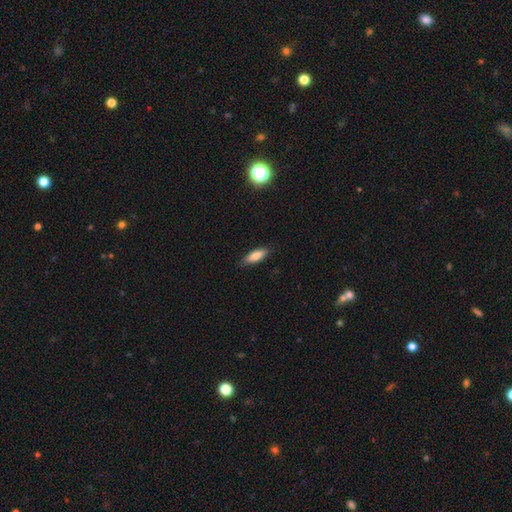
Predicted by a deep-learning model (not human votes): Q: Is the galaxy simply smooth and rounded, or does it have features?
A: smooth — 82%.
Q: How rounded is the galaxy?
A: in between — 58%.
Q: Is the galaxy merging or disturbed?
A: none — 85%.